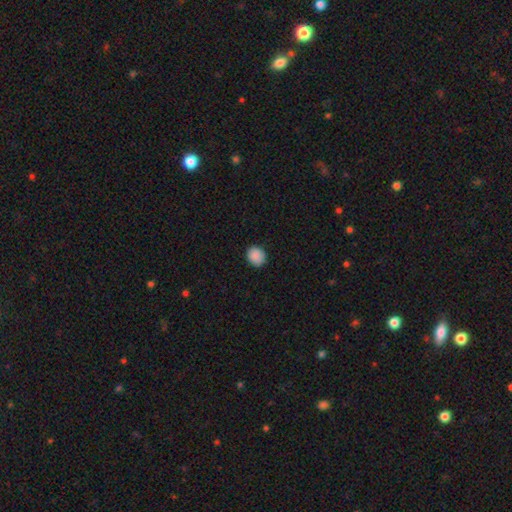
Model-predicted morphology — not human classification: smooth 89%, star or artifact 8%, featured or disk 3%. Down the decision tree: how rounded — round (70%); merging — none (88%).